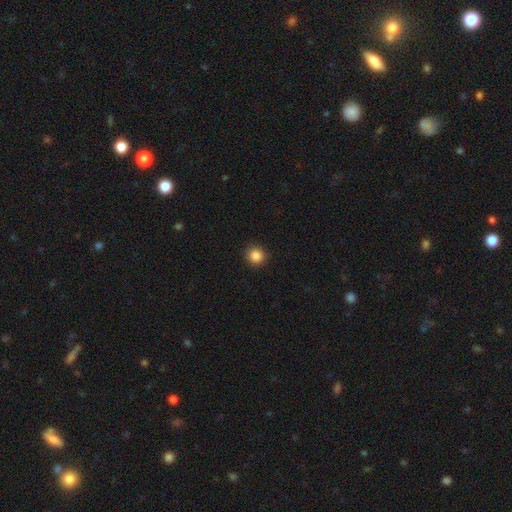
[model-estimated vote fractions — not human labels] smooth_or_featured: smooth (p=0.87) [alt: star or artifact p=0.10]
how_rounded: round (p=0.94) [alt: in between p=0.05]
merging: none (p=0.91) [alt: minor disturbance p=0.06]